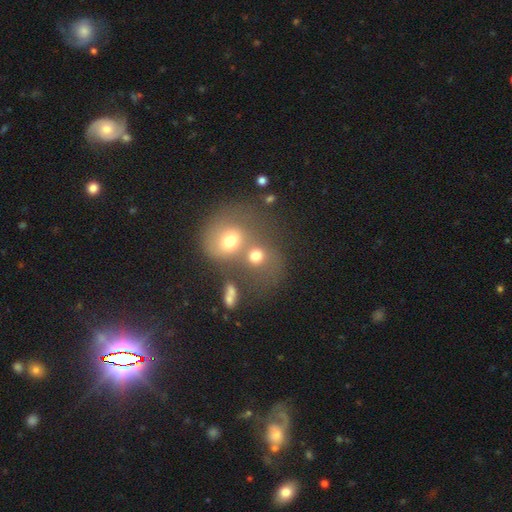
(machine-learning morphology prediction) Smooth or featured? Predicted: smooth (p=0.66). How rounded? Predicted: round (p=0.70). Merging? Predicted: merger (p=0.58).